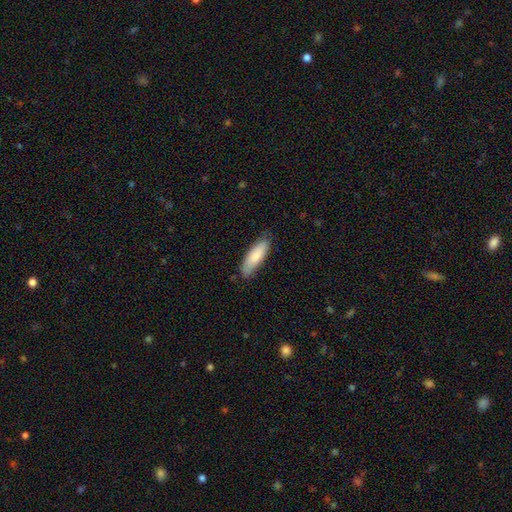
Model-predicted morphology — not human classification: The model was most divided on "how rounded": in between: 54%, cigar-shaped: 44%, round: 1%. More confident: smooth or featured — smooth (82%); merging — none (79%).